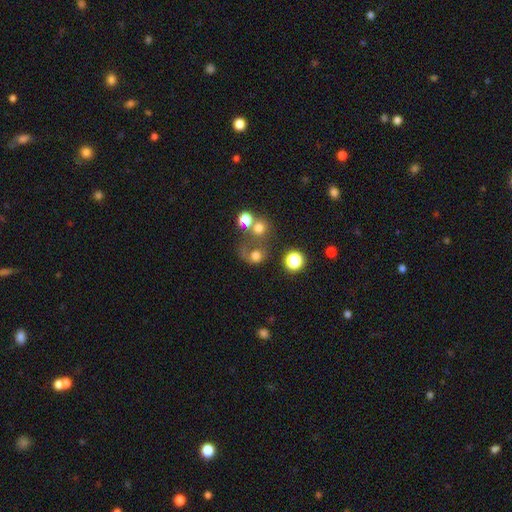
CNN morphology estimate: This appears to be a smooth galaxy with no disk features (67%) that is round (75%). Merging: none (34%).